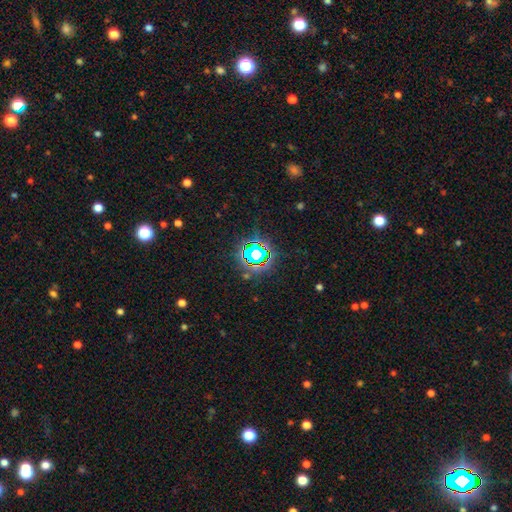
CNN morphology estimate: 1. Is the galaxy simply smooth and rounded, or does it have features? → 71% star or artifact, 17% smooth, 12% featured or disk.